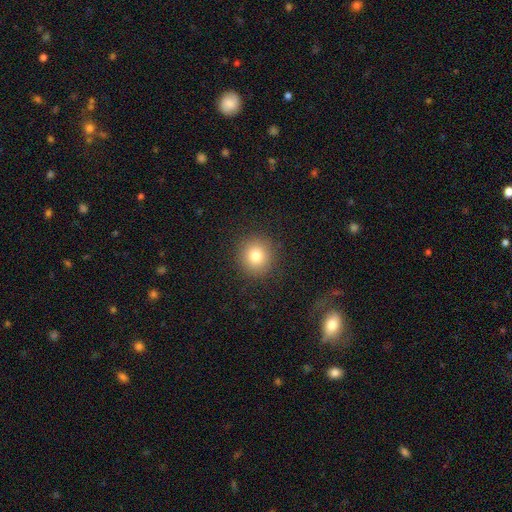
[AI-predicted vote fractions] Smooth or featured? smooth (80%)
How rounded? round (89%)
Merging? none (90%)